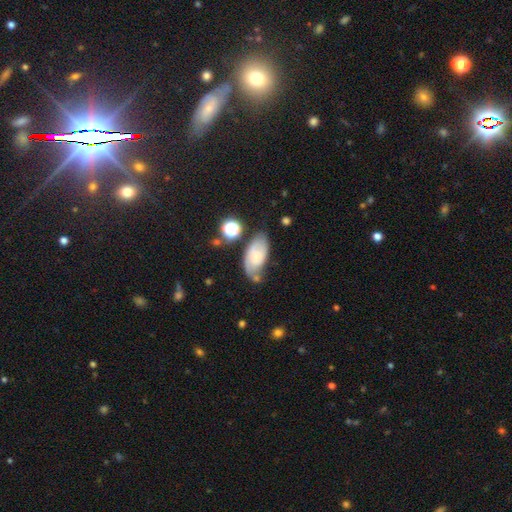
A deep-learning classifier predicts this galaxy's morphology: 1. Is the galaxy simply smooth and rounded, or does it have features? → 46% smooth, 45% featured or disk, 9% star or artifact.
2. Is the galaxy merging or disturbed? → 49% none, 28% minor disturbance, 12% major disturbance, 10% merger.